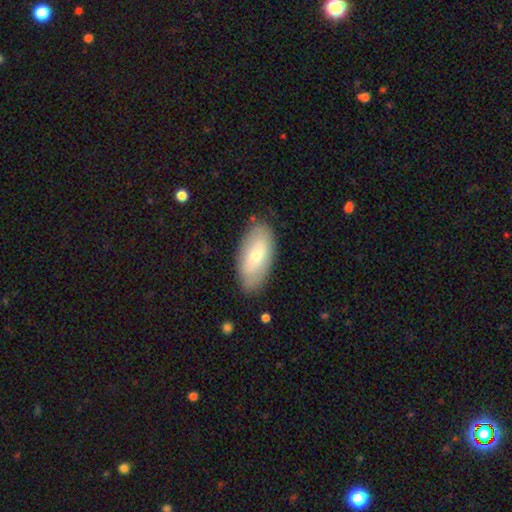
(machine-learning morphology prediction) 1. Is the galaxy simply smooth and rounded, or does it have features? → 65% smooth, 29% featured or disk, 6% star or artifact.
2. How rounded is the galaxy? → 93% in between, 5% cigar-shaped, 2% round.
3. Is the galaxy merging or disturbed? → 84% none, 12% minor disturbance, 3% major disturbance, 1% merger.